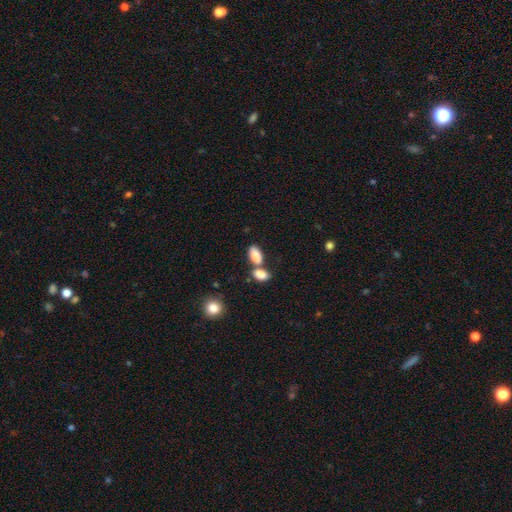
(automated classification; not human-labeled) This is clearly a smooth galaxy (85%). How rounded: clearly in between (91%). Merging: marginally merger (43%).